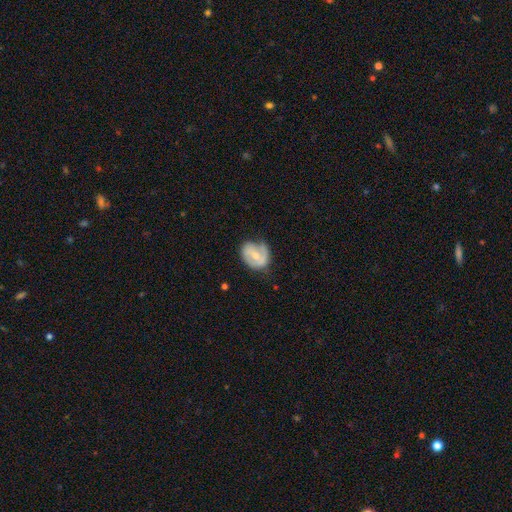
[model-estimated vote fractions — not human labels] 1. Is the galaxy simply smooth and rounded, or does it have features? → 53% featured or disk, 41% smooth, 7% star or artifact.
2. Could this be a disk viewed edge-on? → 96% no, 4% yes.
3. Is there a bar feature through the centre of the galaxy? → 43% weak, 33% no, 24% strong.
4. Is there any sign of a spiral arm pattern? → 59% yes, 41% no.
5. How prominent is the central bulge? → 50% moderate, 44% small, 3% none, 2% large, 1% dominant.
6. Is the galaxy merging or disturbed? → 52% none, 32% minor disturbance, 13% major disturbance, 2% merger.